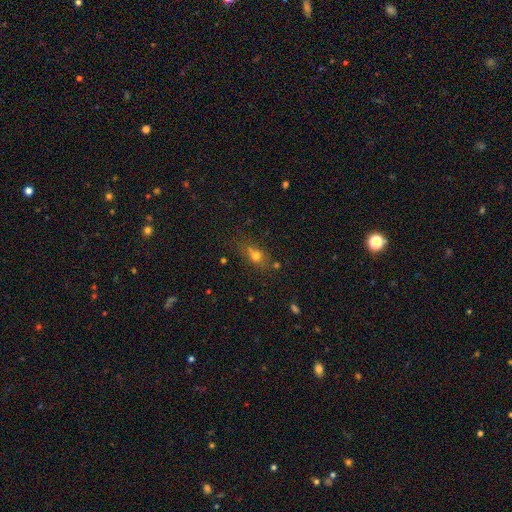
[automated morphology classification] smooth_or_featured: smooth (p=0.67) [alt: star or artifact p=0.18]
how_rounded: in between (p=0.50) [alt: round p=0.42]
merging: none (p=0.56) [alt: merger p=0.19]